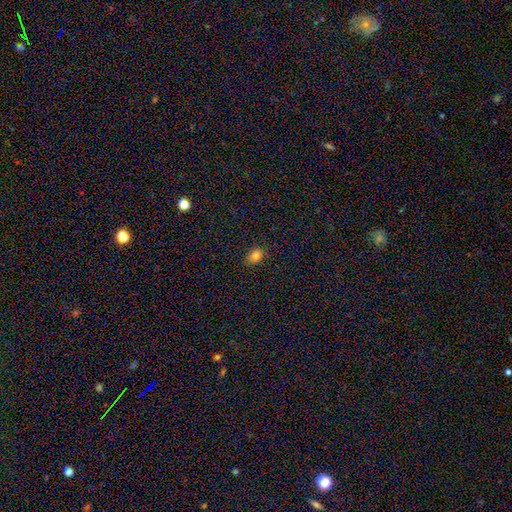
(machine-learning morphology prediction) Smooth or featured: smooth — 82% (star or artifact — 12%)
How rounded: in between — 65% (round — 34%)
Merging: none — 85% (minor disturbance — 11%)